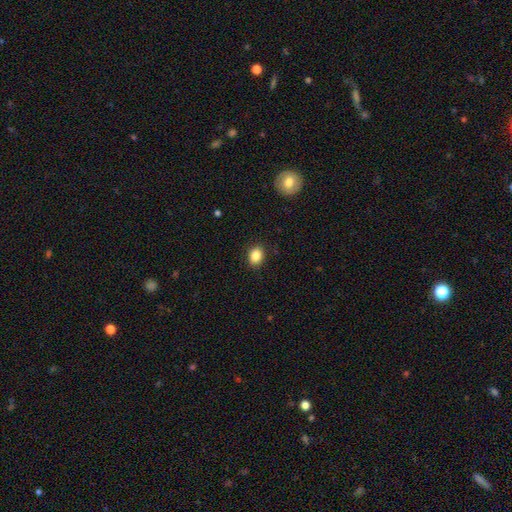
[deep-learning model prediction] Smooth or featured: smooth — 86% (star or artifact — 9%)
How rounded: in between — 60% (round — 39%)
Merging: none — 89% (minor disturbance — 8%)